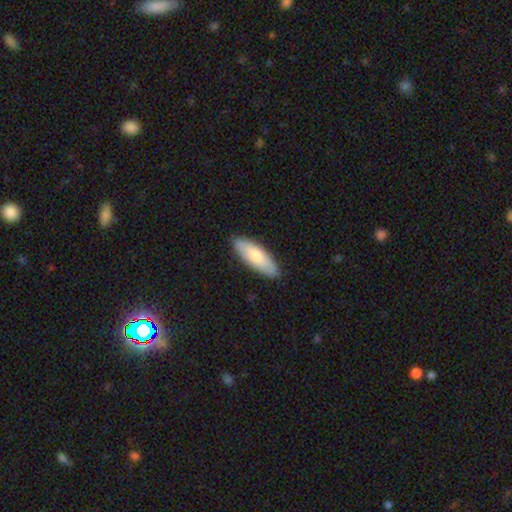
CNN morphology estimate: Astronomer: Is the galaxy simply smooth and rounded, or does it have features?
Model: smooth — 75%.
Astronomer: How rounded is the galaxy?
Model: in between — 64%.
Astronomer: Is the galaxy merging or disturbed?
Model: none — 88%.